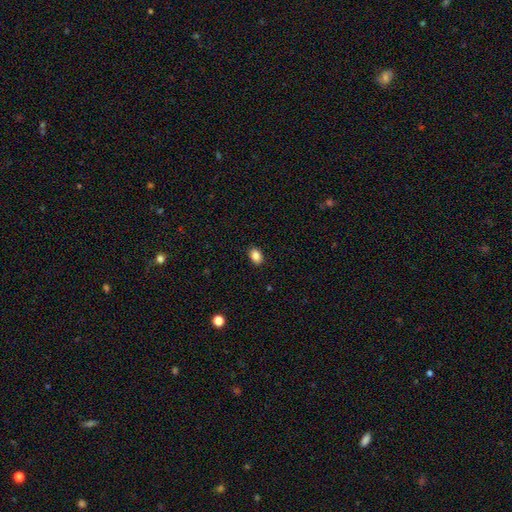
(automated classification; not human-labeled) smooth 87%, star or artifact 9%, featured or disk 4%. Down the decision tree: how rounded — in between (79%); merging — none (89%).